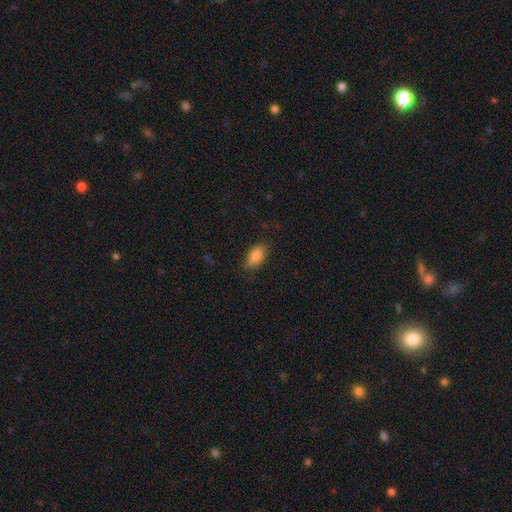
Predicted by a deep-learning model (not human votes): Smooth or featured?
  - smooth: 85% *
  - star or artifact: 8%
  - featured or disk: 8%
How rounded?
  - in between: 91% *
  - round: 5%
  - cigar-shaped: 4%
Merging?
  - none: 82% *
  - minor disturbance: 14%
  - major disturbance: 3%
  - merger: 1%